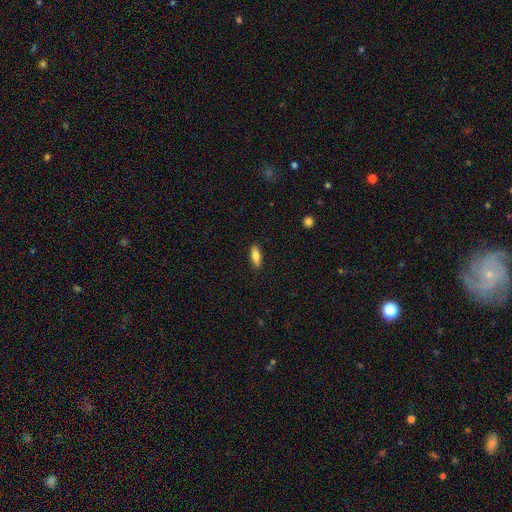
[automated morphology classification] Smooth or featured: smooth — 77% (featured or disk — 16%)
How rounded: in between — 68% (cigar-shaped — 30%)
Merging: none — 89% (minor disturbance — 9%)